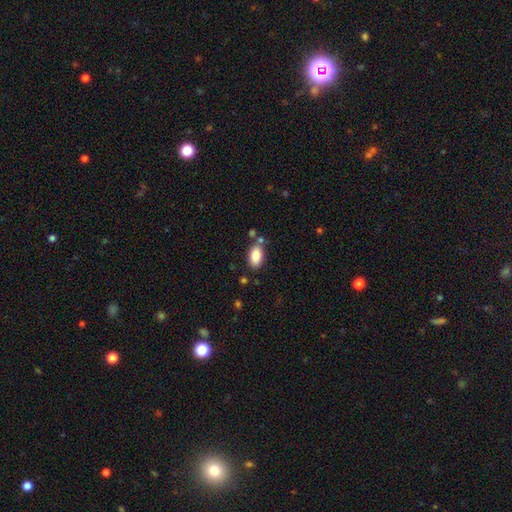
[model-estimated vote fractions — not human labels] Smooth or featured? Predicted: smooth (p=0.86). How rounded? Predicted: in between (p=0.93). Merging? Predicted: none (p=0.73).